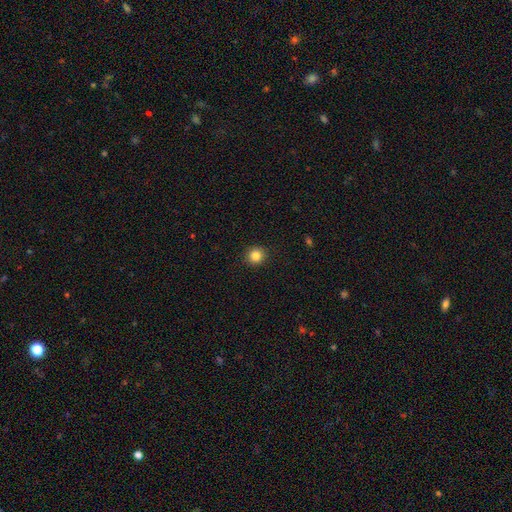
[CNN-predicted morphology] The model was most divided on "smooth or featured": smooth: 84%, star or artifact: 11%, featured or disk: 5%. More confident: merging — none (93%); how rounded — round (92%).